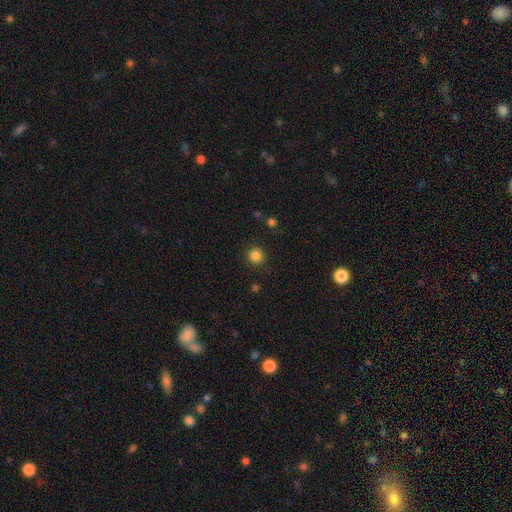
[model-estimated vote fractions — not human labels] Morphology: type=smooth (85%); roundness=round (95%); merging=none (90%).